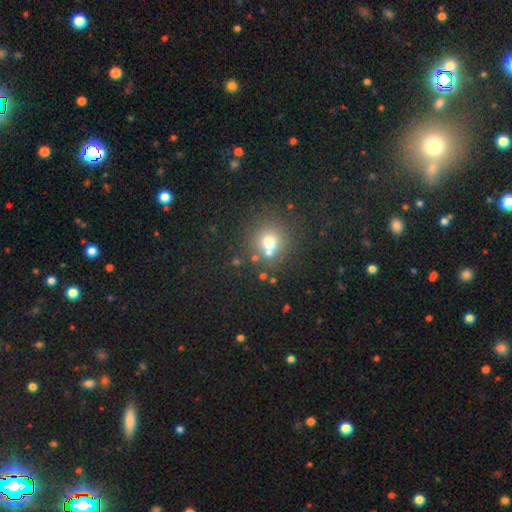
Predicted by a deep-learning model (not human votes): smooth_or_featured: smooth (p=0.66) [alt: star or artifact p=0.23]
how_rounded: round (p=0.84) [alt: in between p=0.15]
merging: none (p=0.66) [alt: merger p=0.19]